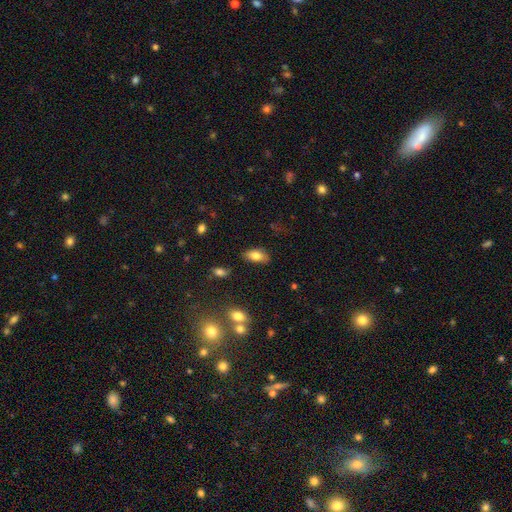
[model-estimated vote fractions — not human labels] A smooth galaxy with no disk features (79%) that is in between round and cigar-shaped (90%).

Vote fractions:
- Smooth or featured? smooth: 79% / featured or disk: 13% / star or artifact: 8%
- How rounded? in between: 90% / cigar-shaped: 6% / round: 4%
- Merging? none: 77% / minor disturbance: 17% / major disturbance: 4% / merger: 2%